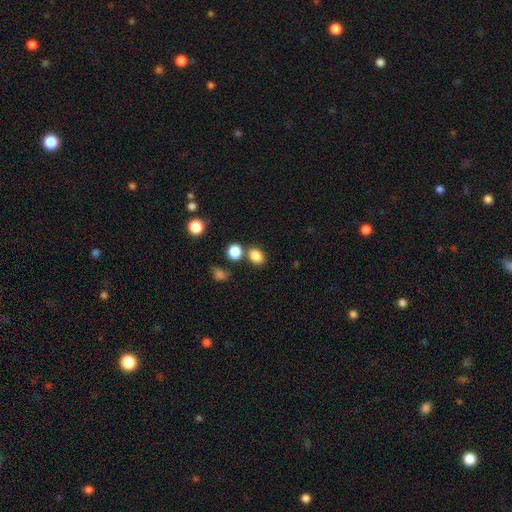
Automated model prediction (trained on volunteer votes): Smooth or featured?
  - smooth: 84% *
  - star or artifact: 12%
  - featured or disk: 4%
How rounded?
  - in between: 53% *
  - round: 46%
  - cigar-shaped: 1%
Merging?
  - none: 72% *
  - merger: 14%
  - minor disturbance: 11%
  - major disturbance: 3%